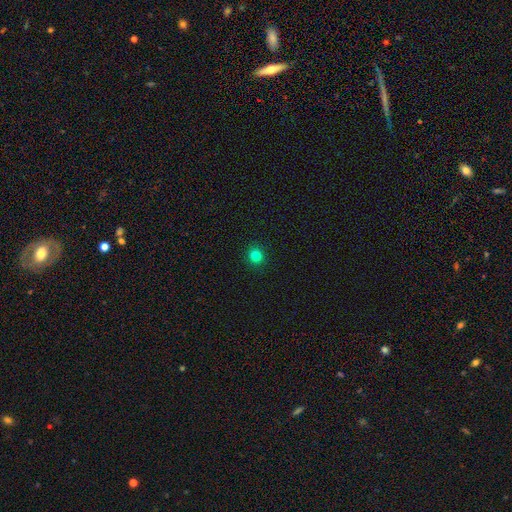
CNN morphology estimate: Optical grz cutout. It shows a smooth galaxy with no disk features (81%) that is round (86%). Merging: none (92%).